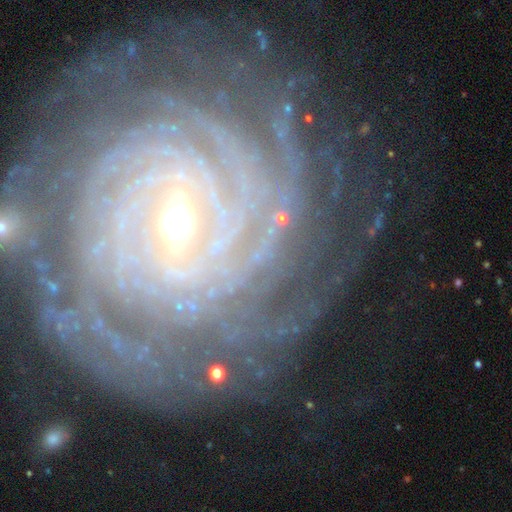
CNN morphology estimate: A featured or disk galaxy (90%) with a weak bar (43%), more than 4 (37%) tight (86%) spiral arms (98%) and a moderate central bulge (52%).

Vote fractions:
- Smooth or featured? featured or disk: 90% / star or artifact: 6% / smooth: 4%
- Edge-on disk? no: 97% / yes: 3%
- Bar? weak: 43% / no: 29% / strong: 28%
- Spiral arms? yes: 98% / no: 2%
- Spiral winding? tight: 86% / medium: 12% / loose: 3%
- Spiral arm count? more than 4: 37% / can't tell: 19% / 4: 17% / 3: 10% / 2: 9% / 1: 8%
- Bulge size? moderate: 52% / small: 43% / large: 3% / none: 1% / dominant: 1%
- Merging? none: 77% / minor disturbance: 13% / major disturbance: 7% / merger: 3%